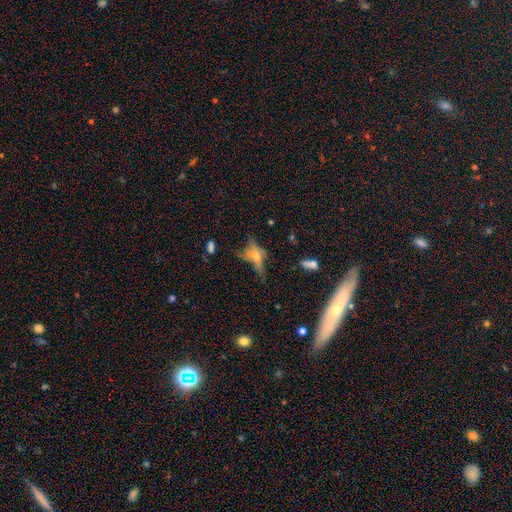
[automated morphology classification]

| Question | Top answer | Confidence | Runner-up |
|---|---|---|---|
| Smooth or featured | featured or disk | 41% | smooth (38%) |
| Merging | none | 44% | major disturbance (24%) |